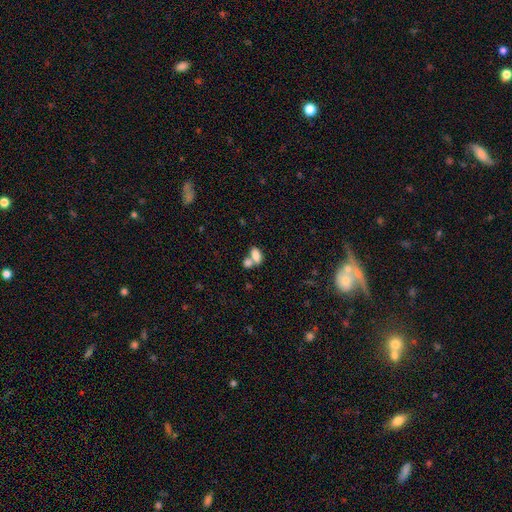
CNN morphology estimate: A smooth galaxy with no disk features (80%) that is in between round and cigar-shaped (88%). Merging: merger (54%).